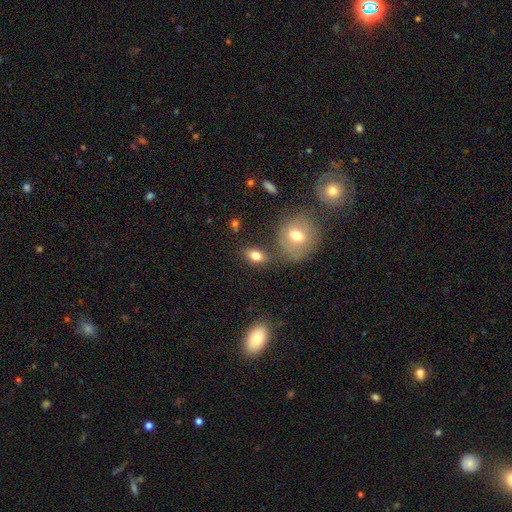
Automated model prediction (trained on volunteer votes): Smooth or featured?
  - smooth: 80% *
  - featured or disk: 10%
  - star or artifact: 10%
How rounded?
  - in between: 82% *
  - round: 15%
  - cigar-shaped: 3%
Merging?
  - none: 74% *
  - minor disturbance: 13%
  - merger: 10%
  - major disturbance: 4%